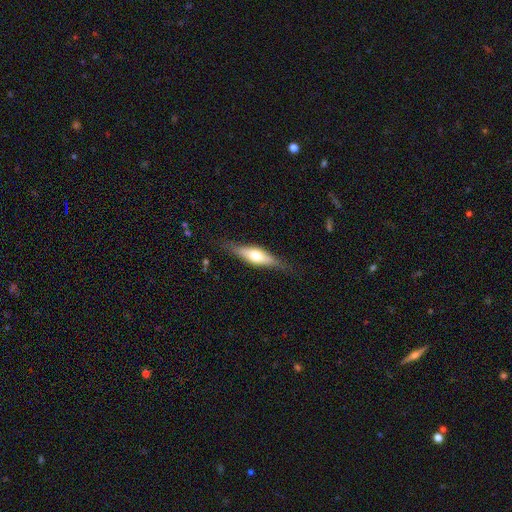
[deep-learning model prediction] The model was most divided on "smooth or featured": featured or disk: 49%, smooth: 45%, star or artifact: 6%. More confident: merging — none (80%).